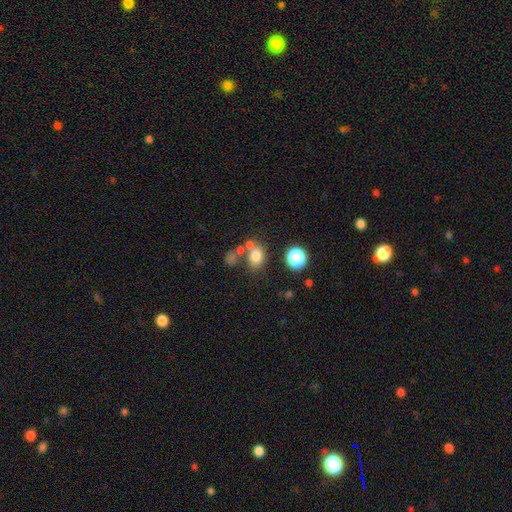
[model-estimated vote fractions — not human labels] This is likely a smooth galaxy (74%). How rounded: possibly in between (50%). Merging: possibly none (54%).